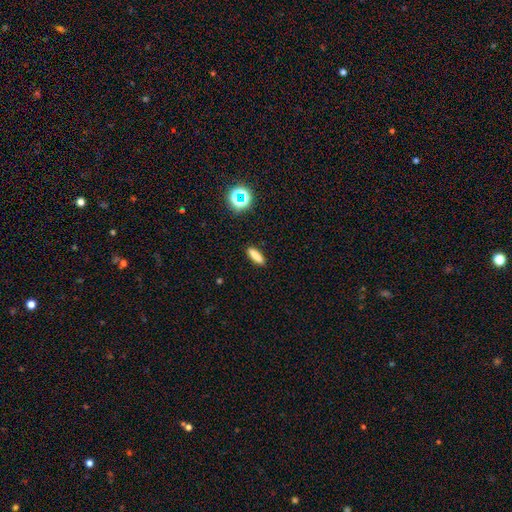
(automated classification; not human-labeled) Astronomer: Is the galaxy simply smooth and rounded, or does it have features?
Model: smooth — 81%.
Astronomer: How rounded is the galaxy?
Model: cigar-shaped — 56% (runner-up: in between, 41%).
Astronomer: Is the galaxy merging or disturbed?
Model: none — 90%.